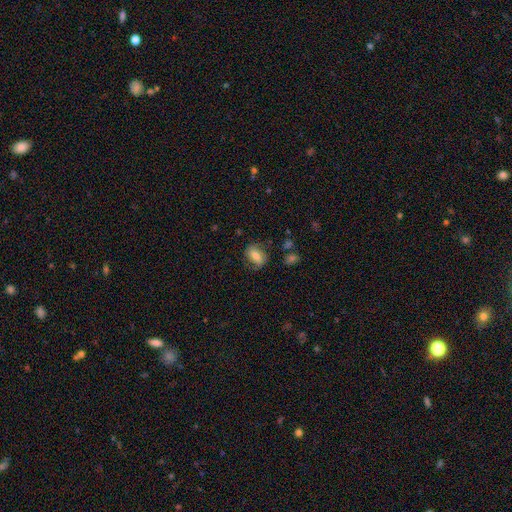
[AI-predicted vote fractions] Smooth or featured: smooth — 64% (featured or disk — 28%)
How rounded: in between — 74% (round — 23%)
Merging: none — 71% (minor disturbance — 19%)